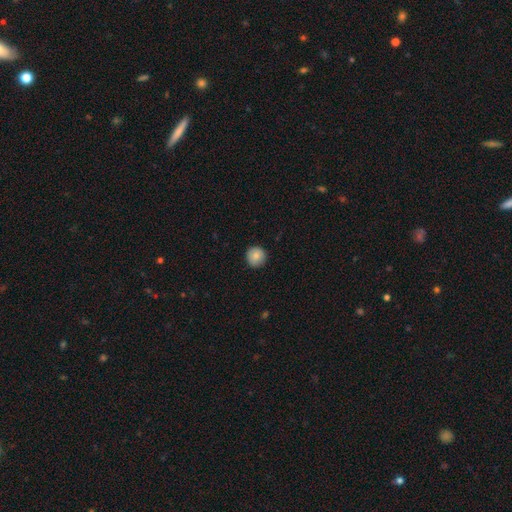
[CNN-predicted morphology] Smooth or featured? Predicted: smooth (p=0.84). How rounded? Predicted: round (p=0.95). Merging? Predicted: none (p=0.90).